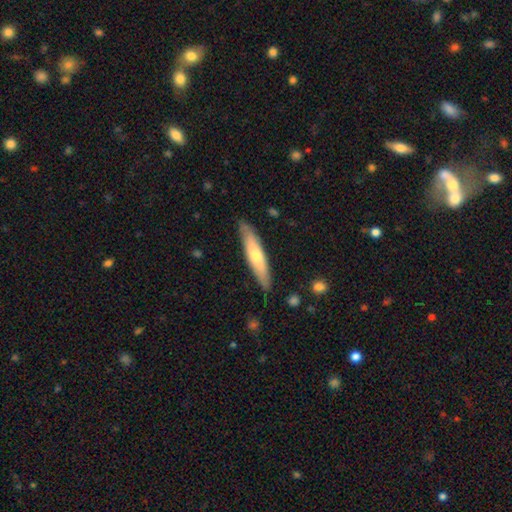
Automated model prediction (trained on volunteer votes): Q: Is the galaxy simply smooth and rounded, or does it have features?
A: smooth — 55%.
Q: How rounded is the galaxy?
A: cigar-shaped — 83%.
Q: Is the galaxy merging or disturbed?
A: none — 84%.